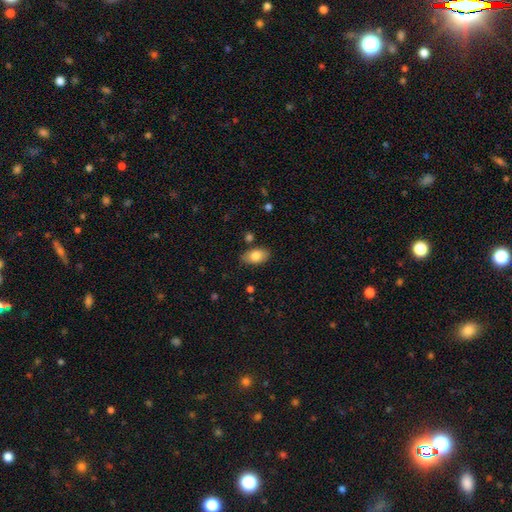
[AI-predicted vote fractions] Smooth or featured? Predicted: smooth (p=0.82). How rounded? Predicted: in between (p=0.91). Merging? Predicted: none (p=0.81).